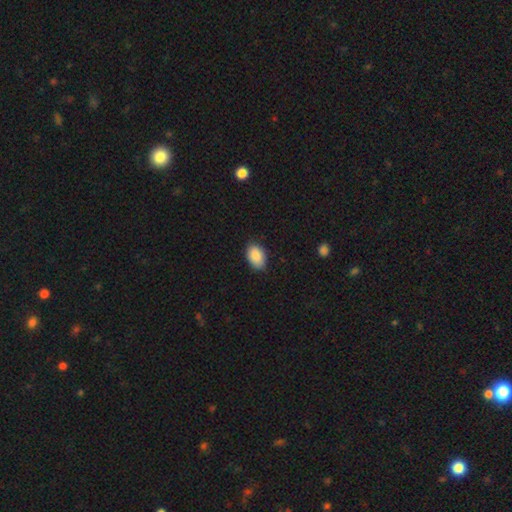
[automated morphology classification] smooth 89%, star or artifact 7%, featured or disk 4%. Down the decision tree: how rounded — in between (90%); merging — none (84%).